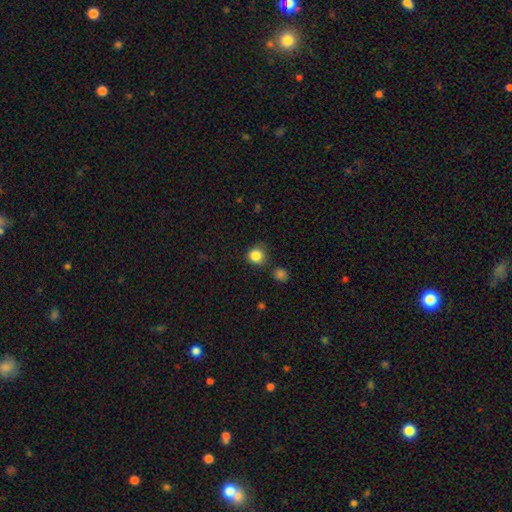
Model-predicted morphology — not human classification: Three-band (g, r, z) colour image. It shows a smooth galaxy with no disk features (85%) that is round (89%). Merging: none (79%).